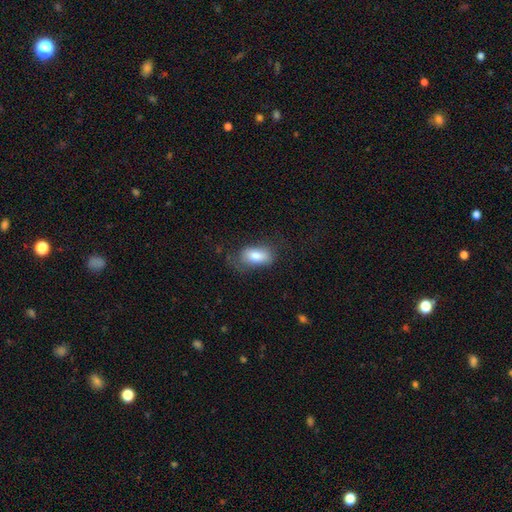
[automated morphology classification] Smooth or featured: smooth — 79% (featured or disk — 14%)
How rounded: in between — 90% (round — 5%)
Merging: none — 56% (minor disturbance — 26%)